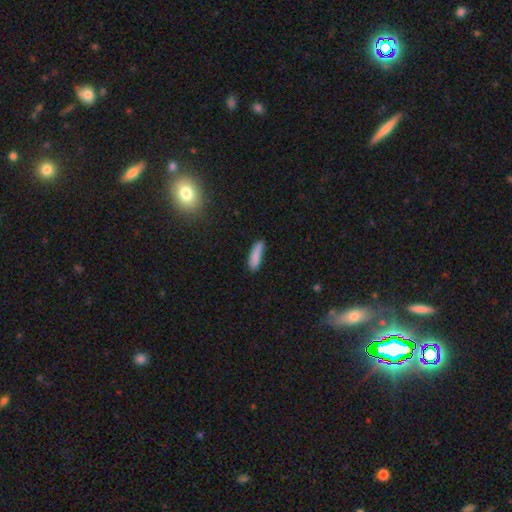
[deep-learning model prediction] smooth-or-featured: smooth: 85% | featured or disk: 8% | star or artifact: 7%
  how-rounded: cigar-shaped: 72% | in between: 27% | round: 2%
  merging: none: 72% | minor disturbance: 21% | major disturbance: 4% | merger: 3%